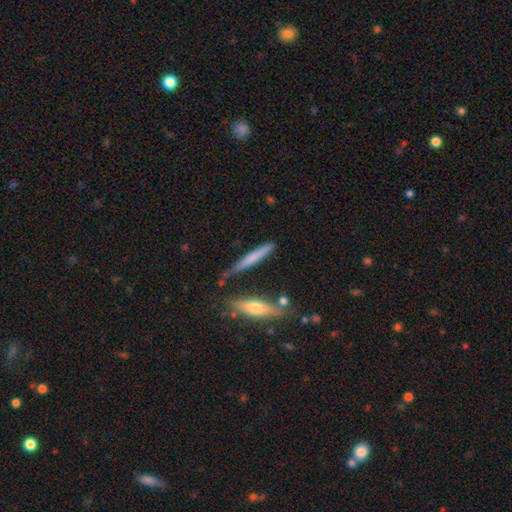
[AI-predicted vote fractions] This is likely a smooth galaxy (65%). How rounded: clearly cigar-shaped (93%). Merging: likely none (73%).